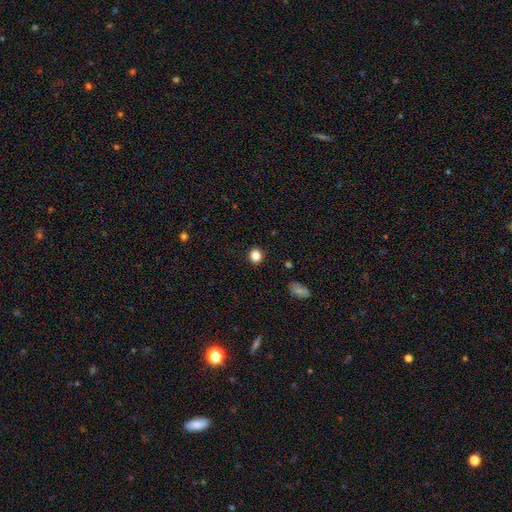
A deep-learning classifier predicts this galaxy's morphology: type=smooth (86%); roundness=round (71%); merging=none (89%).